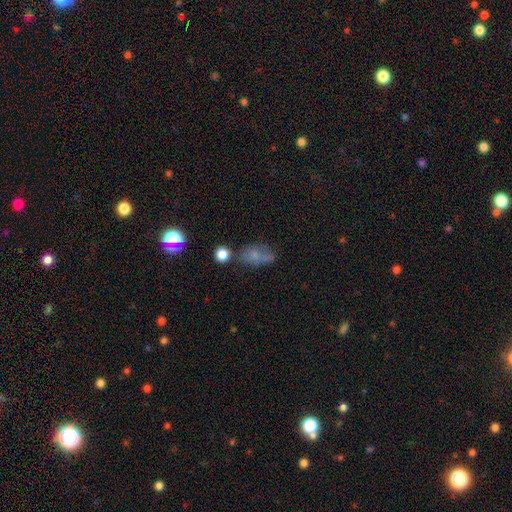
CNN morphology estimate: Q: Smooth or featured?
A: smooth (60%); runner-up: featured or disk (20%)
Q: How rounded?
A: in between (79%); runner-up: round (17%)
Q: Merging?
A: none (46%); runner-up: minor disturbance (24%)